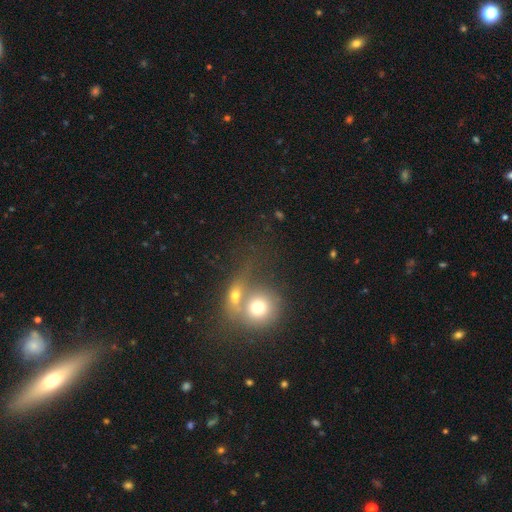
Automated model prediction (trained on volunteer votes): Morphology: type=smooth (54%); roundness=round (76%); merging=merger (51%).